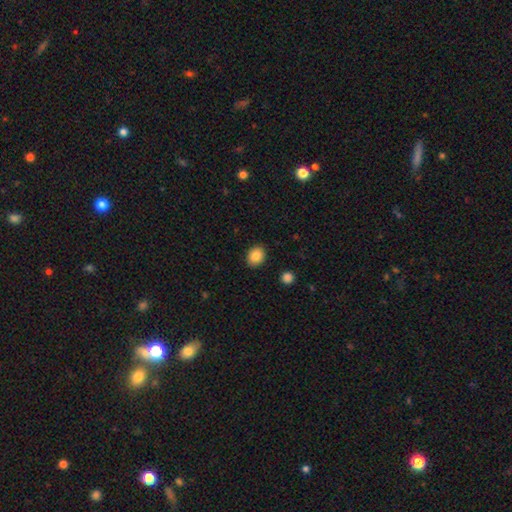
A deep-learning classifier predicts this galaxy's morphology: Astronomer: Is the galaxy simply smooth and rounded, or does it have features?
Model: smooth — 85%.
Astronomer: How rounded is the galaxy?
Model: in between — 52% (runner-up: round, 47%).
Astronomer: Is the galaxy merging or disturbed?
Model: none — 90%.